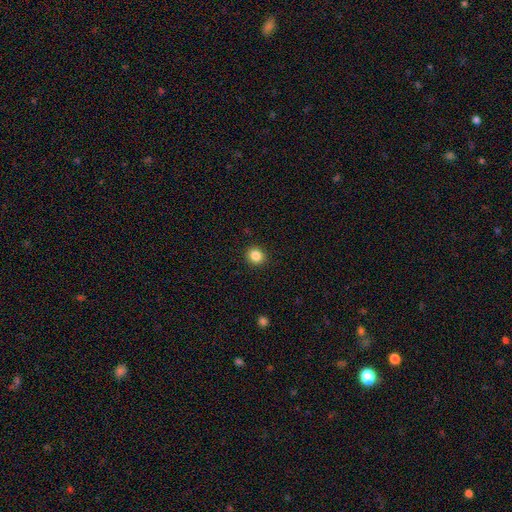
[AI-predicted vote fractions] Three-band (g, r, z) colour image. It shows a smooth galaxy with no disk features (85%) that is round (87%). Merging: none (92%).